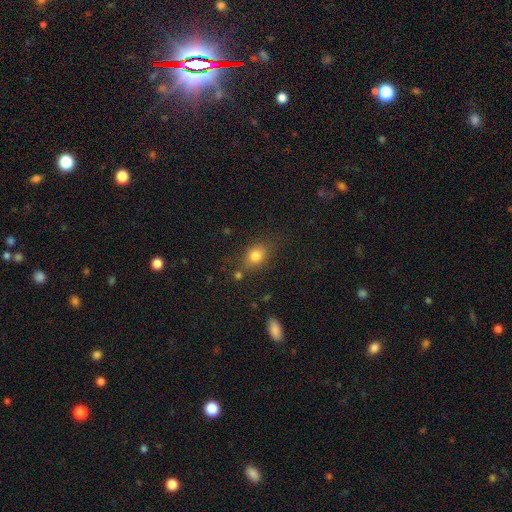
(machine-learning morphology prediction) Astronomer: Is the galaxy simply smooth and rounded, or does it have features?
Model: smooth — 81%.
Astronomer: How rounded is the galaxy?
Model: in between — 64%.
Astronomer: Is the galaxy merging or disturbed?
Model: none — 72%.